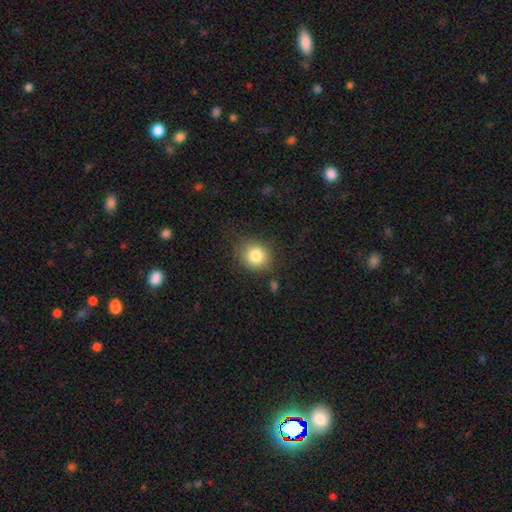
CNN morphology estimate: Q: Smooth or featured?
A: smooth (83%); runner-up: star or artifact (9%)
Q: How rounded?
A: round (80%); runner-up: in between (19%)
Q: Merging?
A: none (79%); runner-up: minor disturbance (14%)